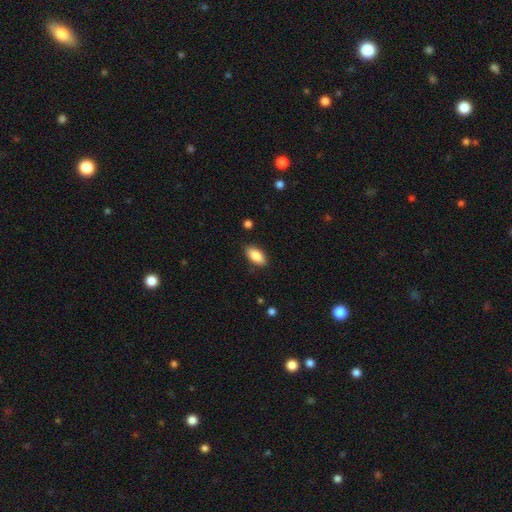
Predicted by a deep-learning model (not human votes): The model was most divided on "merging": none: 87%, minor disturbance: 10%, major disturbance: 2%, merger: 1%. More confident: how rounded — in between (90%); smooth or featured — smooth (85%).